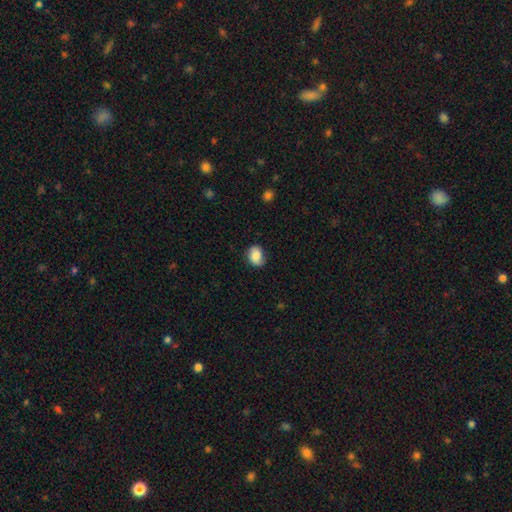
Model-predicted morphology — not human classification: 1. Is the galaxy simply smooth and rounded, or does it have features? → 77% smooth, 15% featured or disk, 8% star or artifact.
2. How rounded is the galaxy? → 62% in between, 37% round, 1% cigar-shaped.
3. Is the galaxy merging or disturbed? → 74% none, 20% minor disturbance, 4% major disturbance, 1% merger.